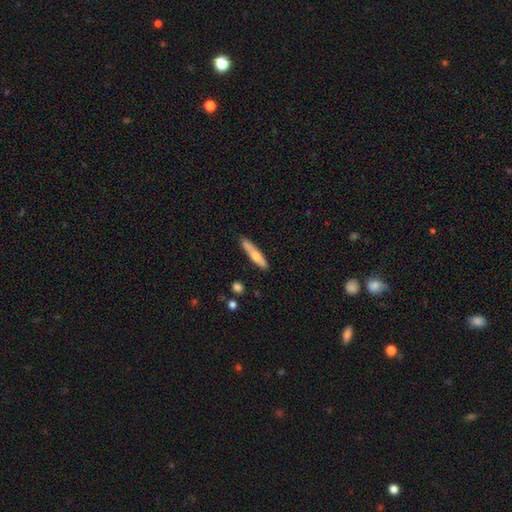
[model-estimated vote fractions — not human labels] Overall: smooth (61%; featured or disk 33%). How rounded: cigar-shaped (87%). Merging: none (82%).